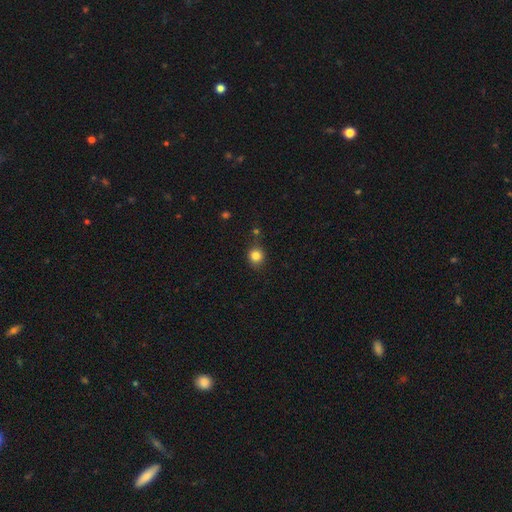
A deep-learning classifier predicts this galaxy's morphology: Overall: smooth (83%). How rounded: round (86%). Merging: none (81%).